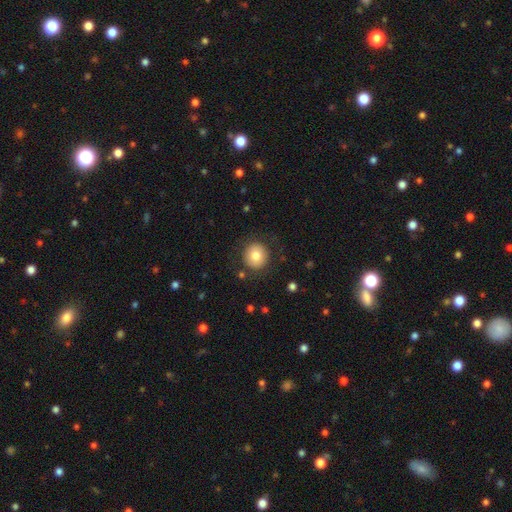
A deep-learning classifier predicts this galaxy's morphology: smooth 80%, featured or disk 11%, star or artifact 9%. Down the decision tree: how rounded — round (93%); merging — none (86%).